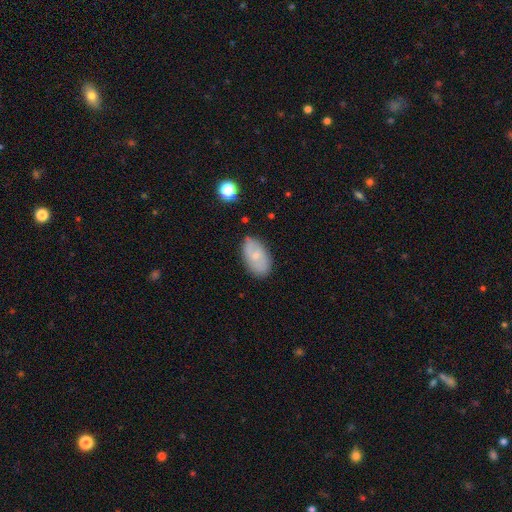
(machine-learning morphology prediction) This is possibly a smooth galaxy (55%). How rounded: clearly in between (92%). Merging: likely none (77%).